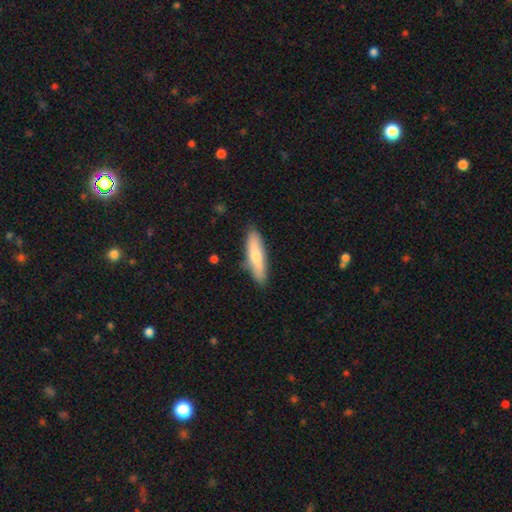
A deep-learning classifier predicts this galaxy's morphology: Overall: smooth (66%; featured or disk 29%). How rounded: cigar-shaped (71%). Merging: none (82%).